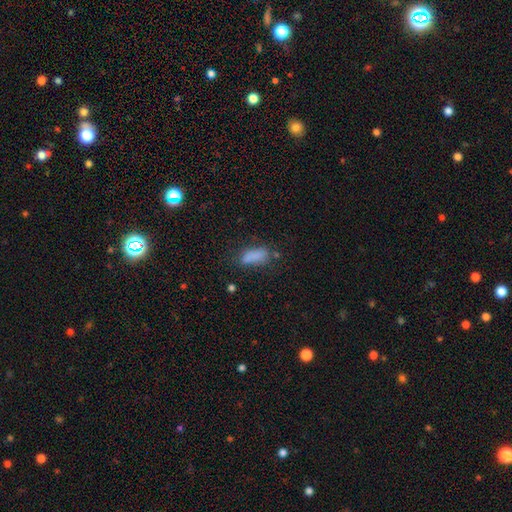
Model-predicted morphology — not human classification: This appears to be a smooth galaxy with no disk features (78%) that is in between round and cigar-shaped (66%). Merging: none (62%).